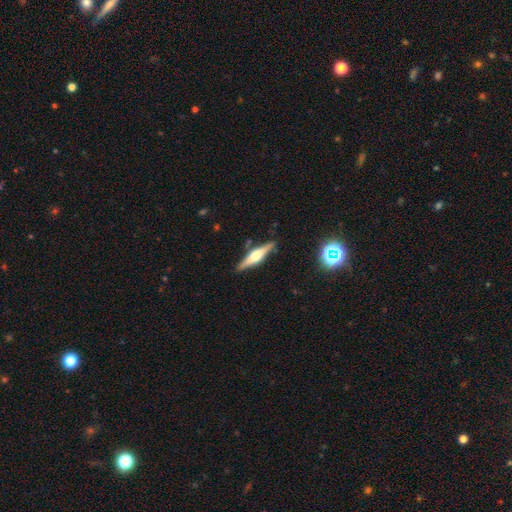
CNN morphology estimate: The model was most divided on "smooth or featured": featured or disk: 72%, smooth: 22%, star or artifact: 6%. More confident: edge-on disk — yes (97%); merging — none (88%); edge-on bulge — rounded (87%).